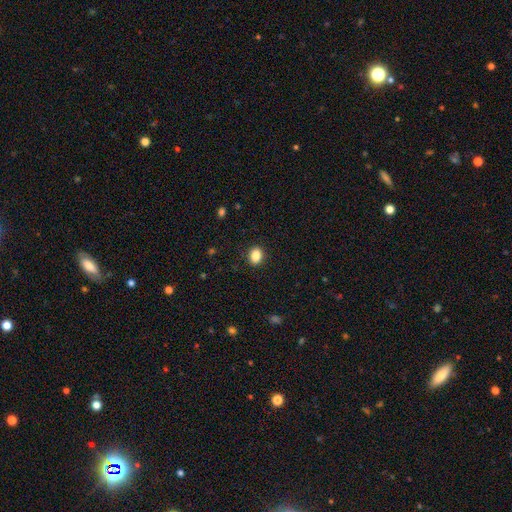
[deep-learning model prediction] The model was most divided on "how rounded": in between: 62%, round: 37%, cigar-shaped: 1%. More confident: merging — none (90%); smooth or featured — smooth (86%).